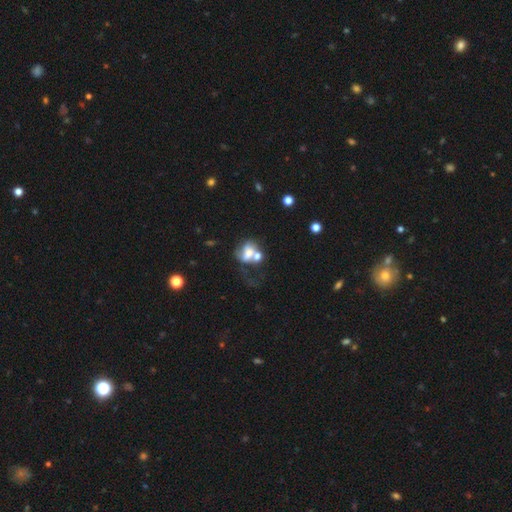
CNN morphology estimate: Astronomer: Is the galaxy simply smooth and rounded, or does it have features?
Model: smooth — 49% (runner-up: featured or disk, 39%).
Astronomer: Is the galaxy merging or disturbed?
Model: merger — 53%.